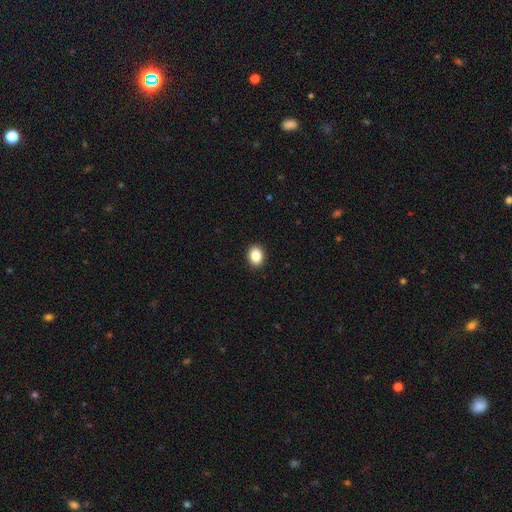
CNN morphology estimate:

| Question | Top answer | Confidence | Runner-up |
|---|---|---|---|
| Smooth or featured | smooth | 87% | star or artifact (9%) |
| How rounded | in between | 62% | round (37%) |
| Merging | none | 92% | minor disturbance (6%) |